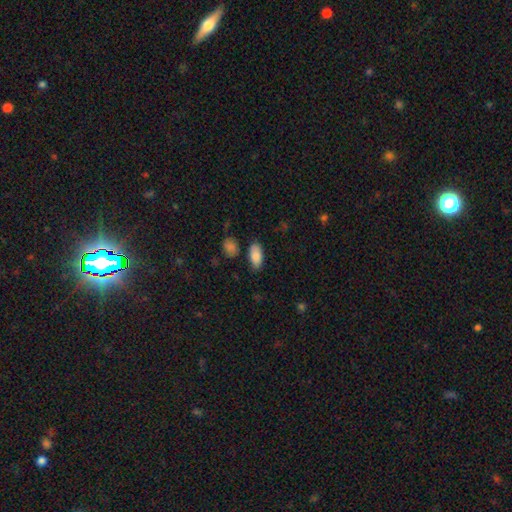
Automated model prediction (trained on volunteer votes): This is clearly a smooth galaxy (86%). How rounded: clearly in between (90%). Merging: likely none (79%).